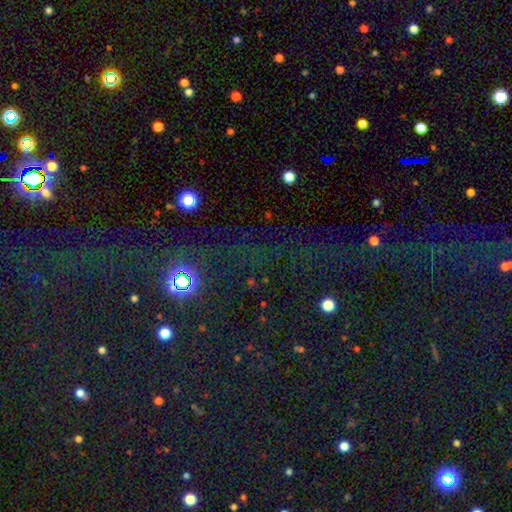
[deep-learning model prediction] This is likely a star or artifact rather than a galaxy (69%).